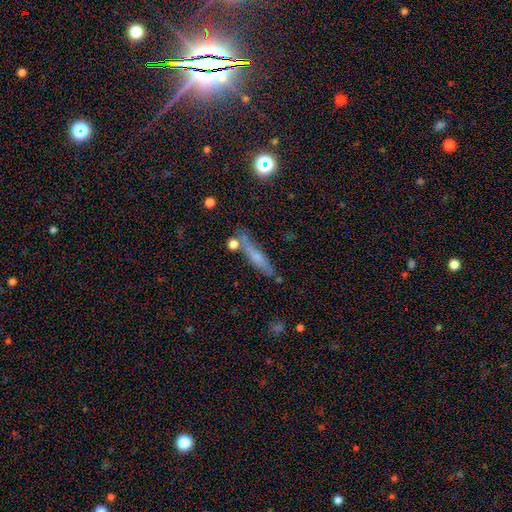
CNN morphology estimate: smooth 45%, featured or disk 42%, star or artifact 12%. Down the decision tree: merging — none (72%).